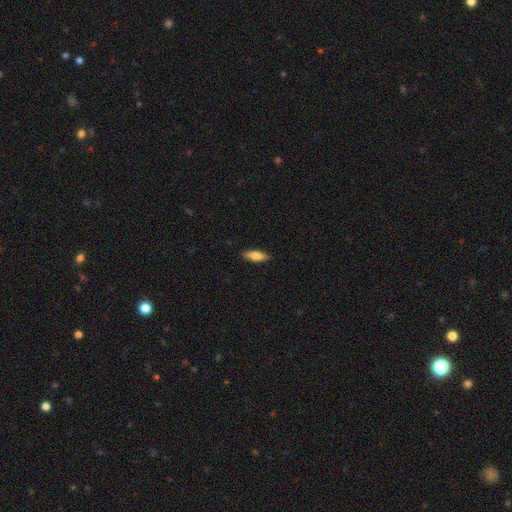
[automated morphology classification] A smooth galaxy with no disk features (77%) that is in between round and cigar-shaped (58%). Merging: none (87%).